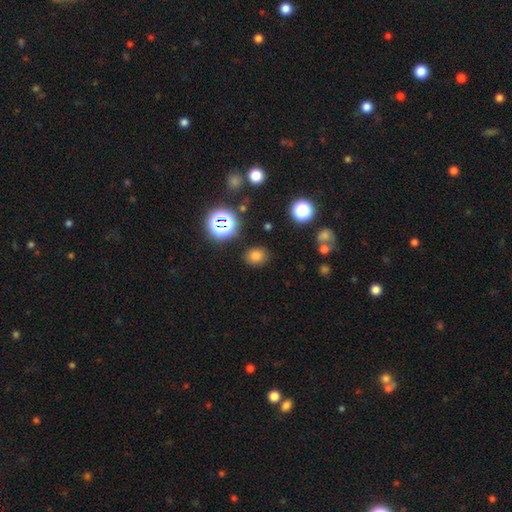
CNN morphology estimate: Smooth or featured? Predicted: smooth (p=0.75). How rounded? Predicted: round (p=0.59). Merging? Predicted: none (p=0.83).